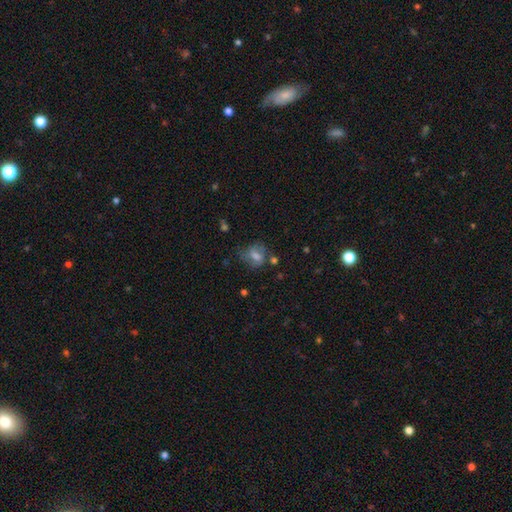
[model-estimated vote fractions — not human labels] This is possibly a smooth galaxy (59%). How rounded: possibly in between (50%). Merging: possibly none (46%).